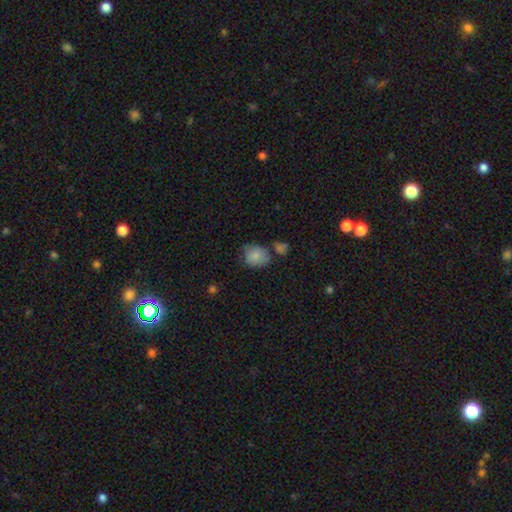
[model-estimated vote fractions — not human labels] The model was most divided on "how rounded": round: 56%, in between: 44%, cigar-shaped: 1%. More confident: smooth or featured — smooth (83%); merging — none (55%).